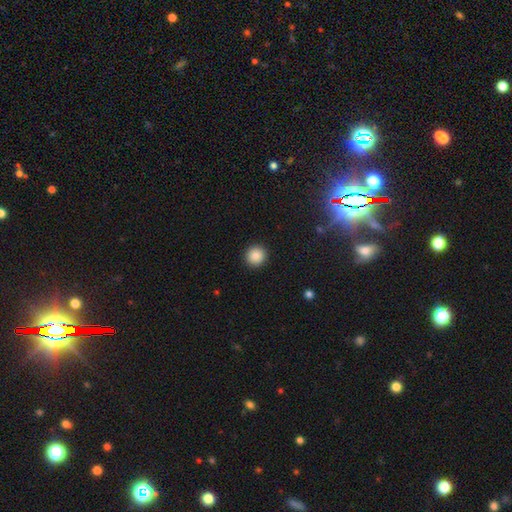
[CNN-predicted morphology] This appears to be a smooth galaxy with no disk features (87%) that is round (94%). Merging: none (93%).